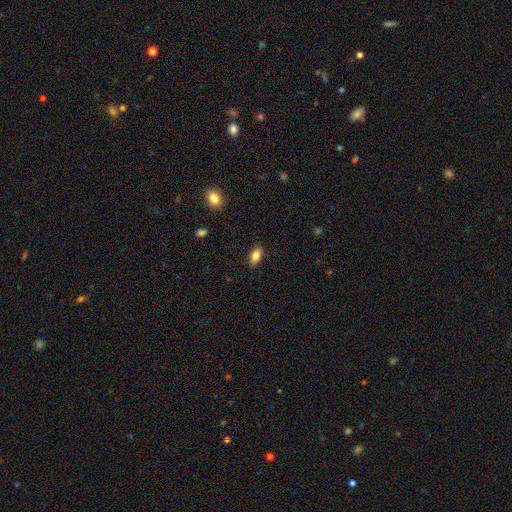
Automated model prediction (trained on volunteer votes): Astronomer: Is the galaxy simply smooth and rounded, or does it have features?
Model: smooth — 82%.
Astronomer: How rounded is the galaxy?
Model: in between — 89%.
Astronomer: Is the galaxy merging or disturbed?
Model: none — 88%.